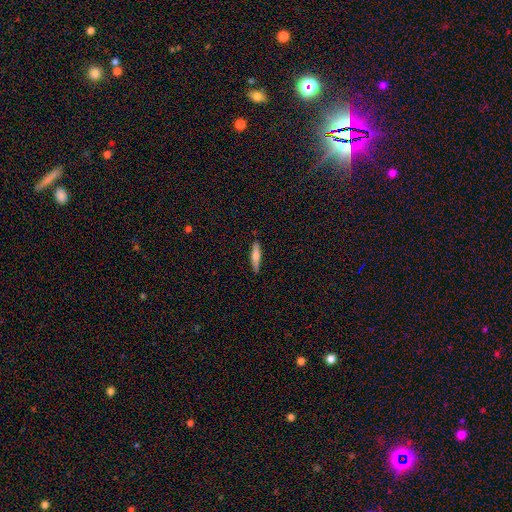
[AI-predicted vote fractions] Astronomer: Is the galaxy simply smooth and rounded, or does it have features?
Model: smooth — 55% (runner-up: featured or disk, 39%).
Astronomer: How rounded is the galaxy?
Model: cigar-shaped — 83%.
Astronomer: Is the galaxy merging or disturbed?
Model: none — 87%.